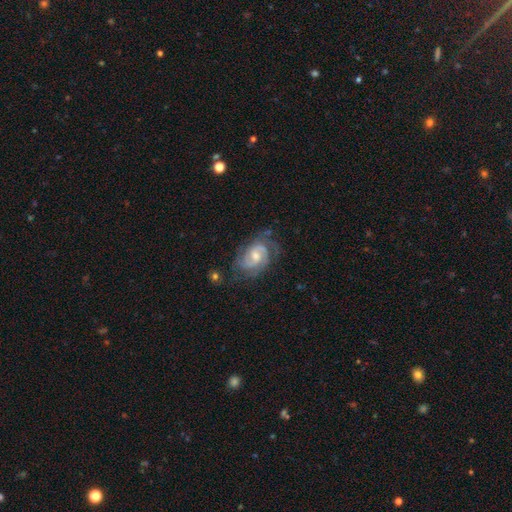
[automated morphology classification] Smooth or featured: featured or disk — 86% (smooth — 8%)
Edge-on disk: no — 97% (yes — 3%)
Bar: no — 46% (weak — 45%)
Spiral arms: yes — 97% (no — 3%)
Spiral winding: tight — 51% (medium — 40%)
Spiral arm count: 2 — 53% (3 — 19%)
Bulge size: moderate — 54% (small — 39%)
Merging: none — 66% (minor disturbance — 21%)